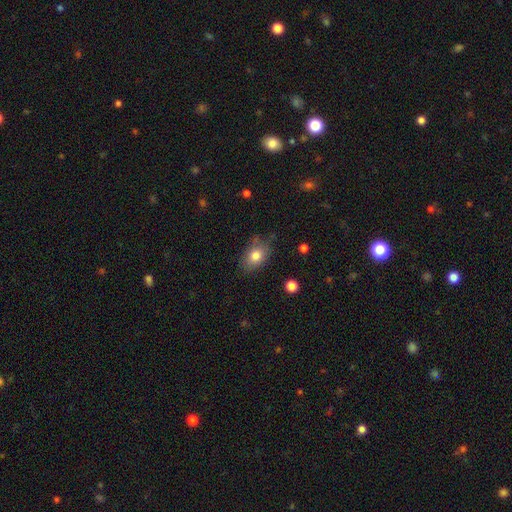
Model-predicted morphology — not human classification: Smooth or featured?
  - smooth: 80% *
  - featured or disk: 12%
  - star or artifact: 9%
How rounded?
  - in between: 79% *
  - round: 20%
  - cigar-shaped: 1%
Merging?
  - none: 76% *
  - minor disturbance: 18%
  - major disturbance: 4%
  - merger: 2%